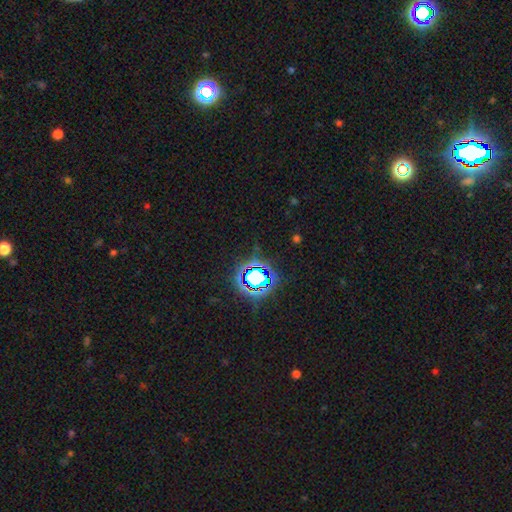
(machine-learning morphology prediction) Overall: star or artifact (78%).